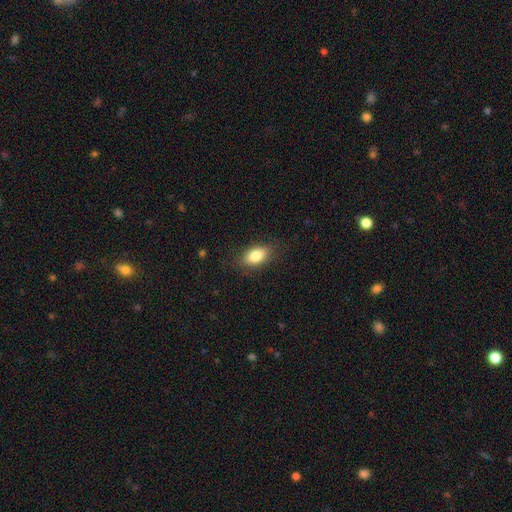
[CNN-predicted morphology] Smooth or featured? Predicted: smooth (p=0.84). How rounded? Predicted: in between (p=0.89). Merging? Predicted: none (p=0.84).